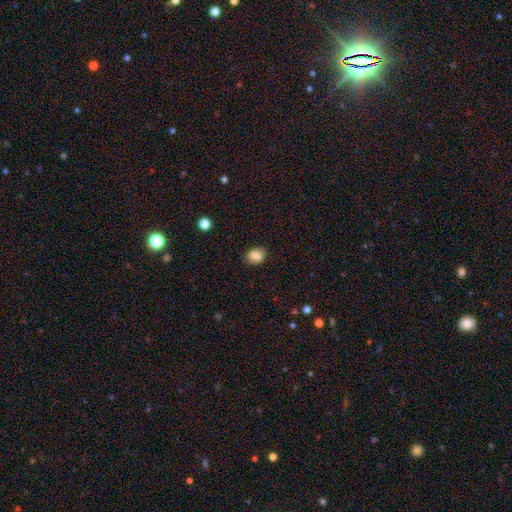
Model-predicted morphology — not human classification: Smooth or featured? smooth (83%)
How rounded? in between (69%)
Merging? none (81%)